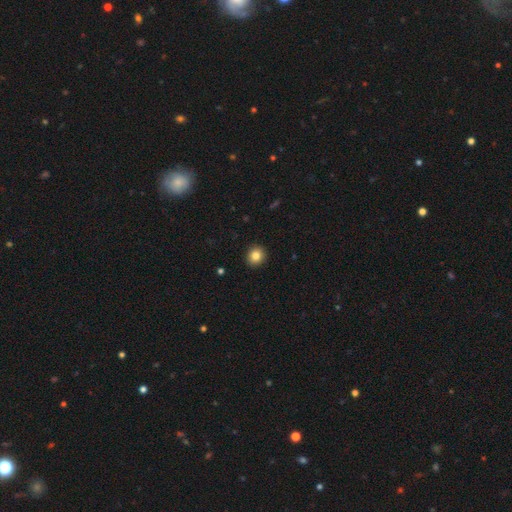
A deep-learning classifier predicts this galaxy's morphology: type=smooth (83%); roundness=round (87%); merging=none (93%).